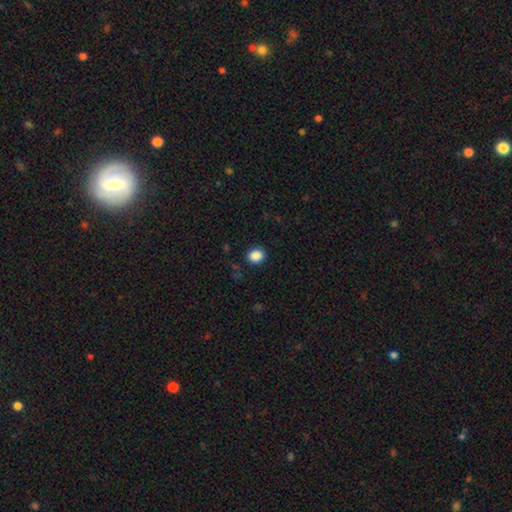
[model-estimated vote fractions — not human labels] Smooth or featured? Predicted: smooth (p=0.88). How rounded? Predicted: round (p=0.63). Merging? Predicted: none (p=0.87).